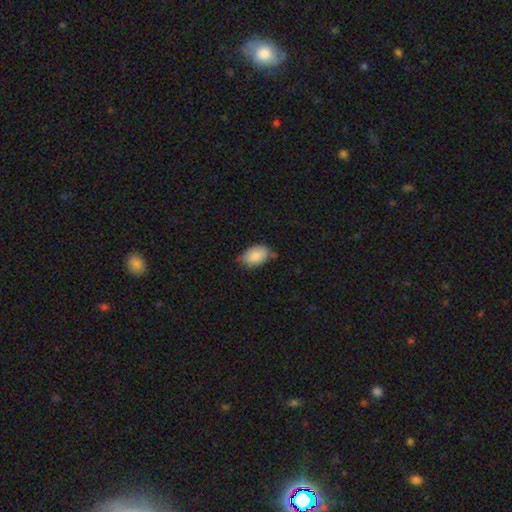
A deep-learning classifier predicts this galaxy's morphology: smooth_or_featured: smooth (p=0.86) [alt: star or artifact p=0.07]
how_rounded: in between (p=0.87) [alt: round p=0.11]
merging: none (p=0.58) [alt: minor disturbance p=0.33]